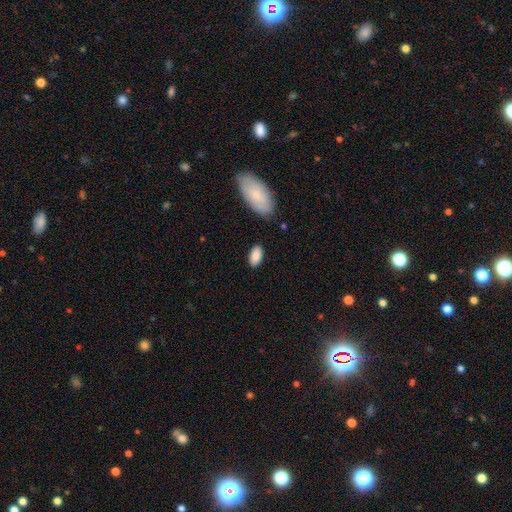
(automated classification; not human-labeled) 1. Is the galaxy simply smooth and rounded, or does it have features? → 88% smooth, 6% star or artifact, 6% featured or disk.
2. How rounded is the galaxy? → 94% in between, 3% cigar-shaped, 3% round.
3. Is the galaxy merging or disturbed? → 84% none, 12% minor disturbance, 3% major disturbance, 2% merger.